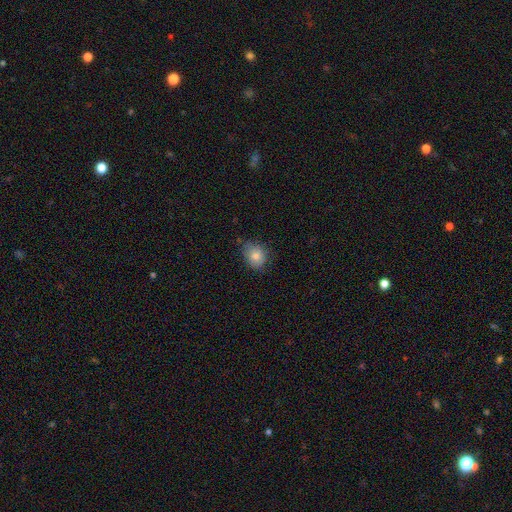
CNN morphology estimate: Smooth or featured: smooth — 80% (featured or disk — 10%)
How rounded: round — 60% (in between — 39%)
Merging: none — 70% (minor disturbance — 24%)